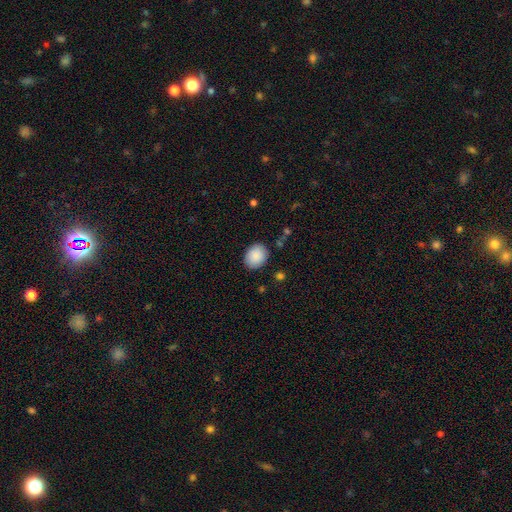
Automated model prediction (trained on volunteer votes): Smooth or featured: smooth — 89% (star or artifact — 7%)
How rounded: round — 53% (in between — 46%)
Merging: none — 86% (minor disturbance — 10%)